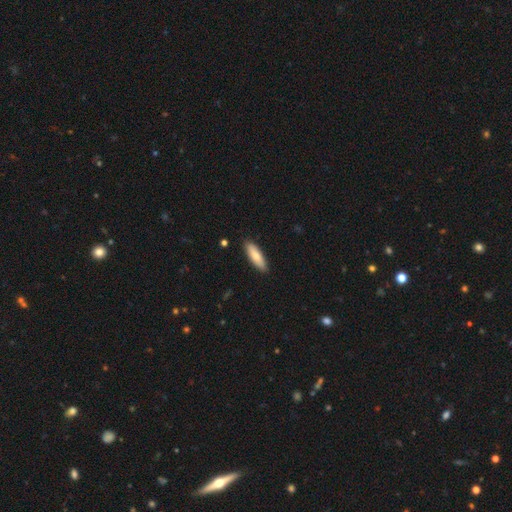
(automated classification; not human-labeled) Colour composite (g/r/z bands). It shows a smooth galaxy with no disk features (76%) that is cigar-shaped (55%). Merging: none (89%).